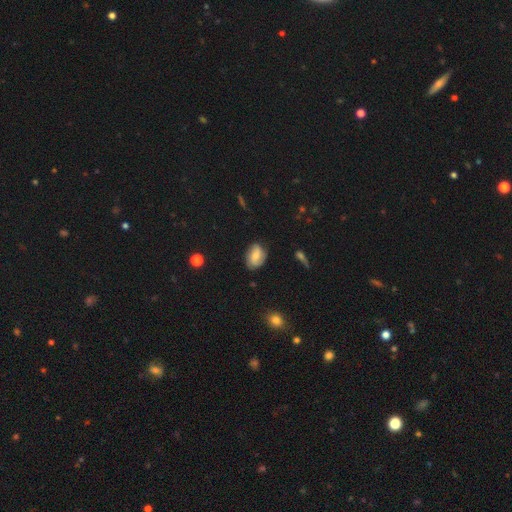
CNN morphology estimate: Smooth or featured: smooth — 54% (featured or disk — 38%)
How rounded: in between — 81% (round — 17%)
Merging: none — 74% (minor disturbance — 20%)